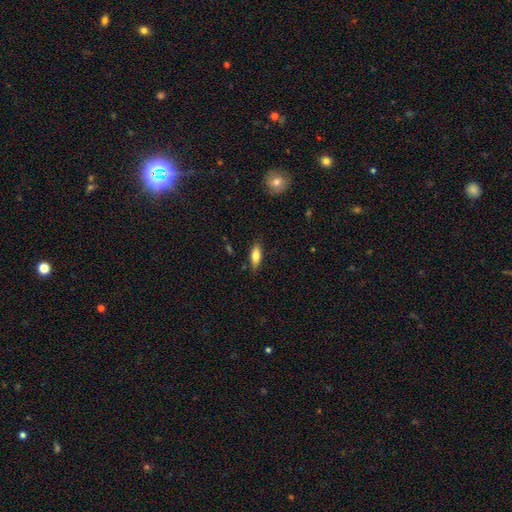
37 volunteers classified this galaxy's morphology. Smooth or featured? smooth (81%)
How rounded? in between (60%)
Merging? none (89%)